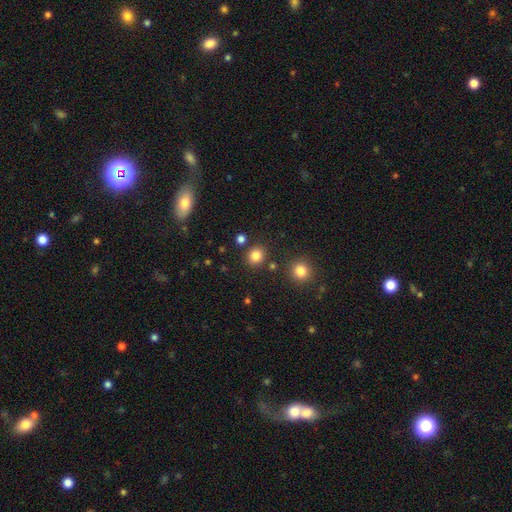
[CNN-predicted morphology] A smooth galaxy with no disk features (83%) that is round (80%).

Vote fractions:
- Smooth or featured? smooth: 83% / star or artifact: 12% / featured or disk: 5%
- How rounded? round: 80% / in between: 19% / cigar-shaped: 1%
- Merging? none: 85% / minor disturbance: 7% / merger: 5% / major disturbance: 3%